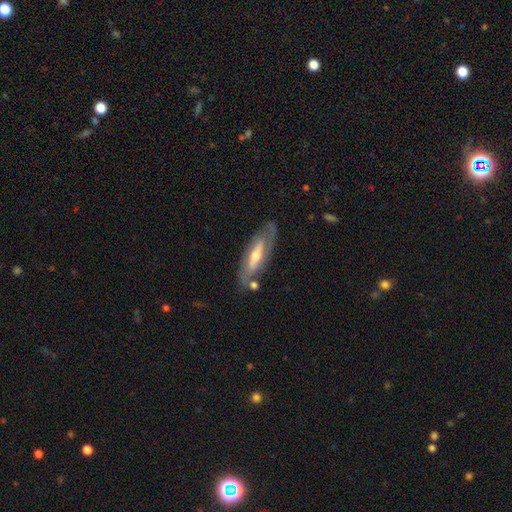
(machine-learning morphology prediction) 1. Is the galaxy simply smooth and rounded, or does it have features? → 70% featured or disk, 24% smooth, 6% star or artifact.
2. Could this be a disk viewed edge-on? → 66% no, 34% yes.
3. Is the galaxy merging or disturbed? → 75% none, 16% minor disturbance, 5% major disturbance, 4% merger.